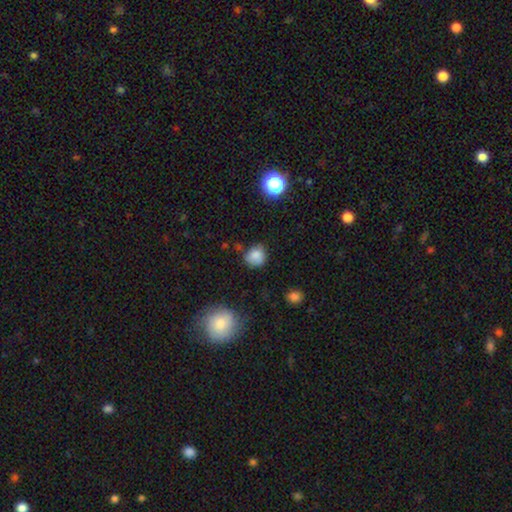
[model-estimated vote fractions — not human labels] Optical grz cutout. It shows a smooth galaxy with no disk features (81%) that is round (76%). Merging: none (65%).